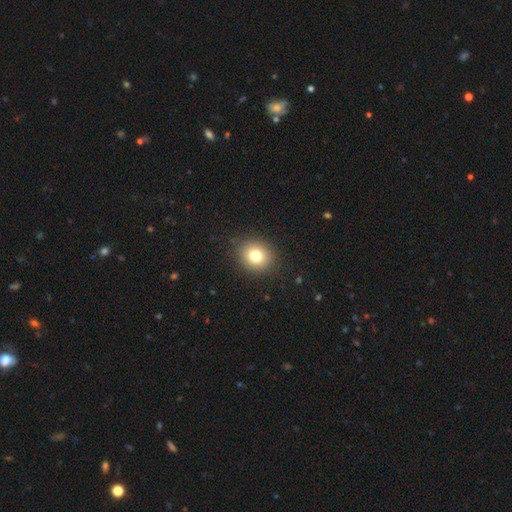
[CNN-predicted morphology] This is likely a smooth galaxy (78%). How rounded: likely round (76%). Merging: clearly none (88%).